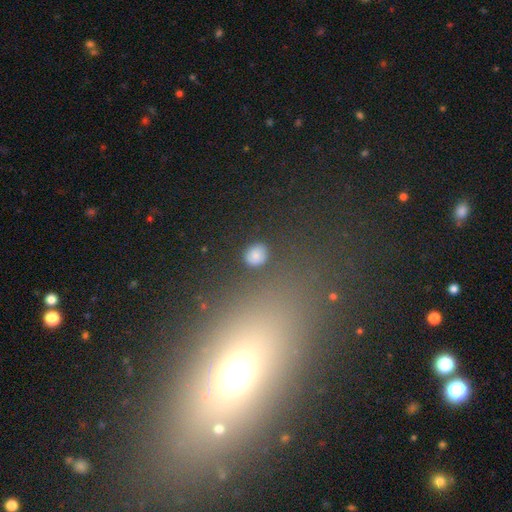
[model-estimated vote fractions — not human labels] smooth_or_featured: smooth (p=0.77) [alt: star or artifact p=0.16]
how_rounded: round (p=0.73) [alt: in between p=0.26]
merging: none (p=0.86) [alt: minor disturbance p=0.09]